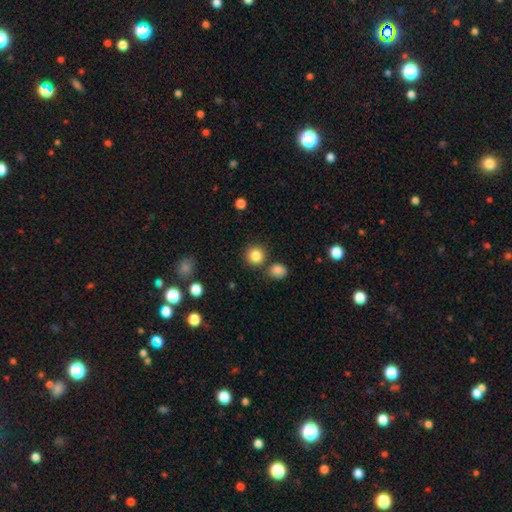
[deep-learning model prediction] Smooth or featured?
  - smooth: 85% *
  - star or artifact: 10%
  - featured or disk: 5%
How rounded?
  - round: 92% *
  - in between: 7%
  - cigar-shaped: 1%
Merging?
  - none: 80% *
  - merger: 10%
  - minor disturbance: 7%
  - major disturbance: 3%